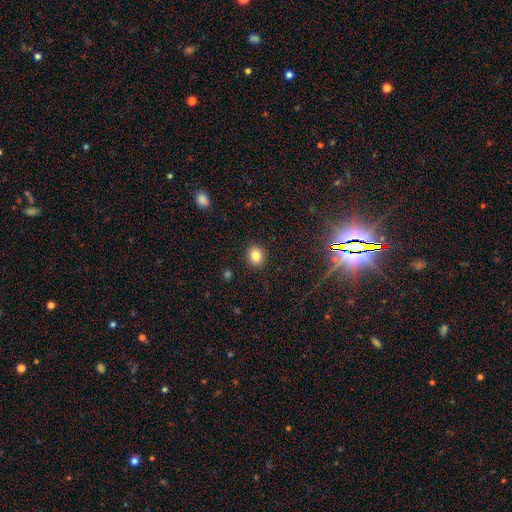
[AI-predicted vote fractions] smooth 82%, star or artifact 11%, featured or disk 7%. Down the decision tree: how rounded — round (80%); merging — none (91%).